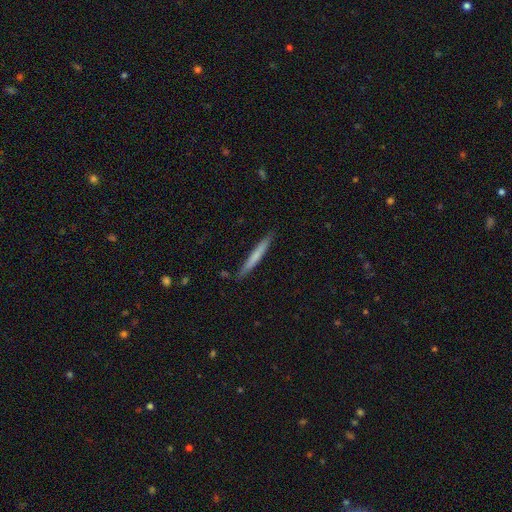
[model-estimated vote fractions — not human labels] Smooth or featured? smooth (67%)
How rounded? cigar-shaped (97%)
Merging? none (88%)